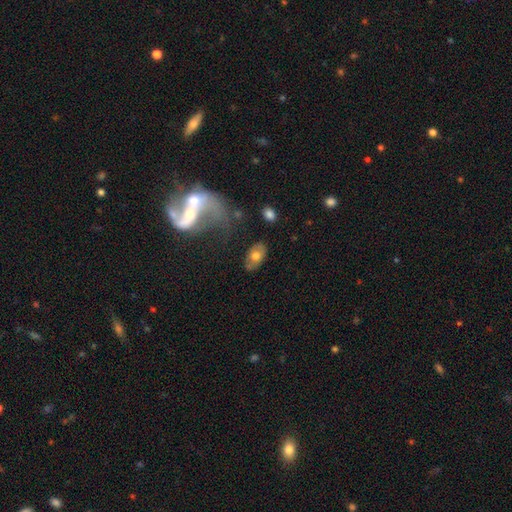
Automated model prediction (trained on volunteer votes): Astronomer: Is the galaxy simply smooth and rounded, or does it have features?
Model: smooth — 63%.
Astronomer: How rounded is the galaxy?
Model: in between — 90%.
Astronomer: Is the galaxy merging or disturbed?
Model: none — 78%.